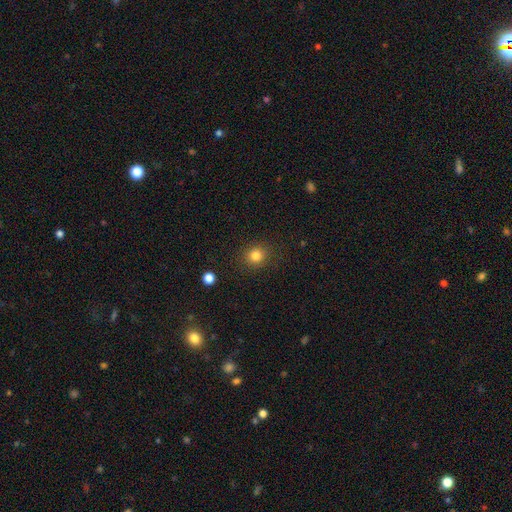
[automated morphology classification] This is clearly a smooth galaxy (83%). How rounded: clearly round (83%). Merging: clearly none (88%).